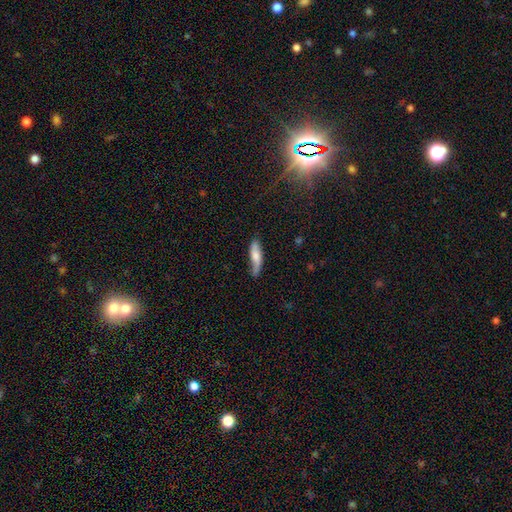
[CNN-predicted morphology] This is likely a smooth galaxy (63%). How rounded: likely cigar-shaped (68%). Merging: likely none (67%).